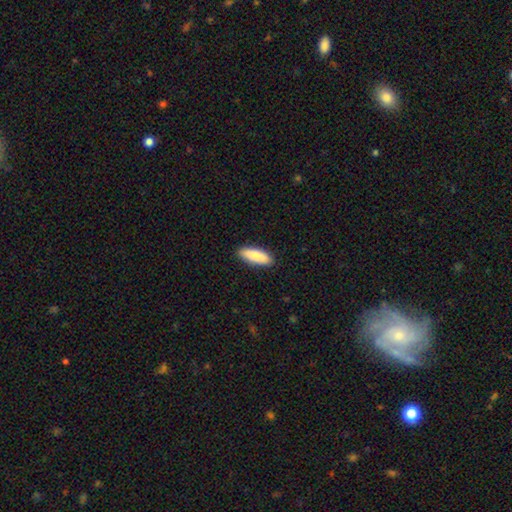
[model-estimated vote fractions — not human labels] smooth_or_featured: smooth (p=0.89) [alt: featured or disk p=0.06]
how_rounded: in between (p=0.61) [alt: cigar-shaped p=0.37]
merging: none (p=0.90) [alt: minor disturbance p=0.08]